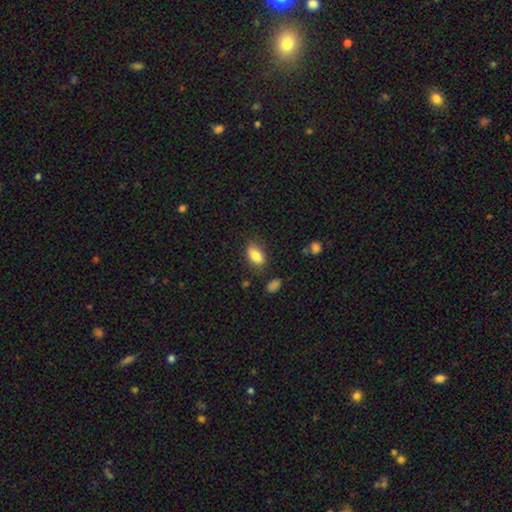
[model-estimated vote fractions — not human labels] Smooth or featured?
  - smooth: 83% *
  - featured or disk: 10%
  - star or artifact: 8%
How rounded?
  - in between: 90% *
  - round: 7%
  - cigar-shaped: 3%
Merging?
  - none: 77% *
  - minor disturbance: 16%
  - major disturbance: 4%
  - merger: 3%